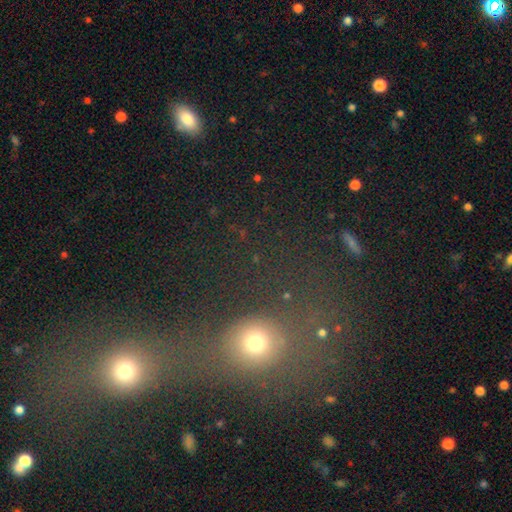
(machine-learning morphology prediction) Smooth or featured? smooth (53%)
How rounded? round (72%)
Merging? merger (64%)